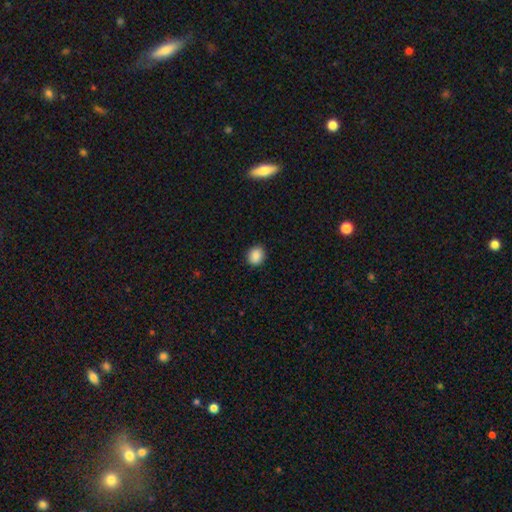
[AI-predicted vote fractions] Morphology: type=smooth (88%); roundness=round (74%); merging=none (90%).